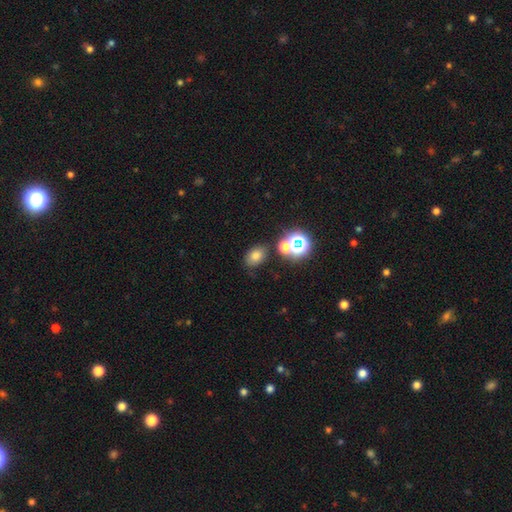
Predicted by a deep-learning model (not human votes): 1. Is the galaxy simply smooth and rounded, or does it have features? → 71% smooth, 20% star or artifact, 9% featured or disk.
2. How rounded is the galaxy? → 73% in between, 26% round, 1% cigar-shaped.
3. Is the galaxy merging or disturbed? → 76% none, 11% minor disturbance, 10% merger, 4% major disturbance.